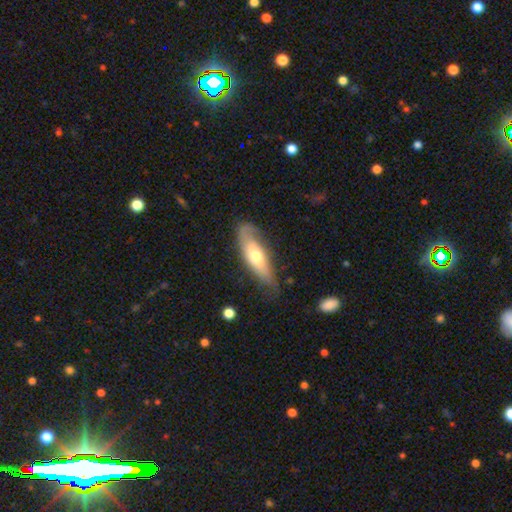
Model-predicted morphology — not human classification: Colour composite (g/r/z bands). It shows a smooth galaxy with no disk features (53%) that is in between round and cigar-shaped (55%). Merging: none (60%).